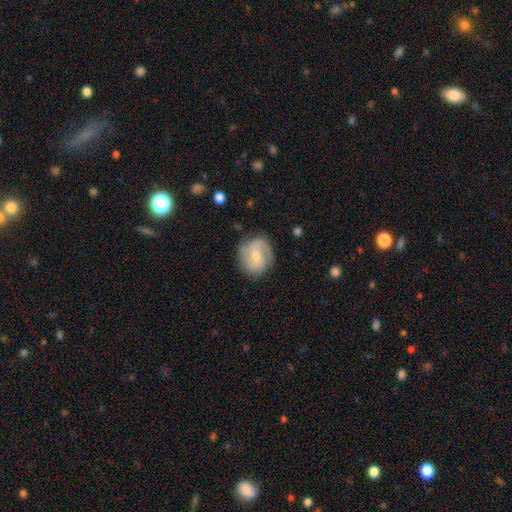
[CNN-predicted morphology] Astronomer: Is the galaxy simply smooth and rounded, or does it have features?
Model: featured or disk — 63%.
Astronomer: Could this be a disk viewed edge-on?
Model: no — 97%.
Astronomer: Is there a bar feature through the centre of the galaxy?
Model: weak — 50% (runner-up: no, 35%).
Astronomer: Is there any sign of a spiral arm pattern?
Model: yes — 87%.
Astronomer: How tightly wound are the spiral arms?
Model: medium — 45% (runner-up: tight, 30%).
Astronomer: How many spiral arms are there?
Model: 2 — 73%.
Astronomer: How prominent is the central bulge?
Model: small — 54% (runner-up: moderate, 41%).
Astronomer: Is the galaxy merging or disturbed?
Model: none — 75%.